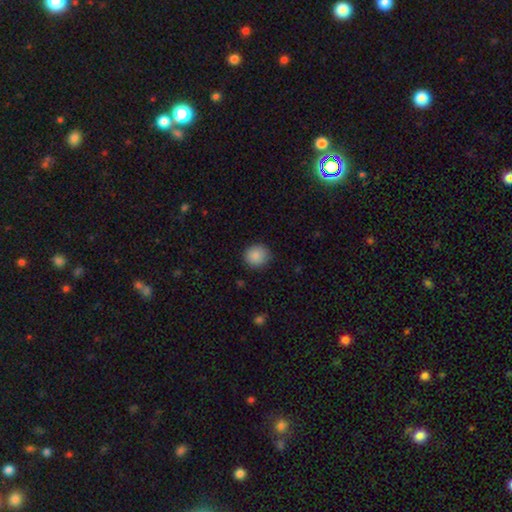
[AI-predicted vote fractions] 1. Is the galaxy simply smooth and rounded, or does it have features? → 88% smooth, 8% star or artifact, 4% featured or disk.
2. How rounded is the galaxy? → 90% round, 9% in between, 1% cigar-shaped.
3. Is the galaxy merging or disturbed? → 88% none, 8% minor disturbance, 2% major disturbance, 1% merger.